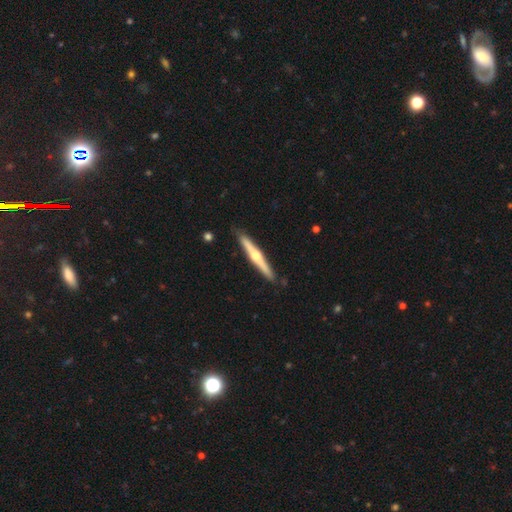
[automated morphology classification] Smooth or featured?
  - featured or disk: 69% *
  - smooth: 26%
  - star or artifact: 5%
Edge-on disk?
  - yes: 98% *
  - no: 2%
Edge-on bulge?
  - rounded: 91% *
  - none: 6%
  - boxy: 3%
Merging?
  - none: 88% *
  - minor disturbance: 9%
  - merger: 2%
  - major disturbance: 2%